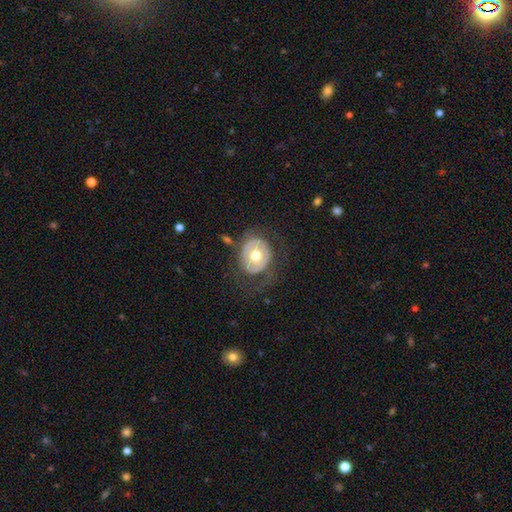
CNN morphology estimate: A featured or disk galaxy (50%).

Vote fractions:
- Smooth or featured? featured or disk: 50% / smooth: 44% / star or artifact: 6%
- Edge-on disk? no: 94% / yes: 6%
- Merging? none: 62% / minor disturbance: 19% / major disturbance: 16% / merger: 2%